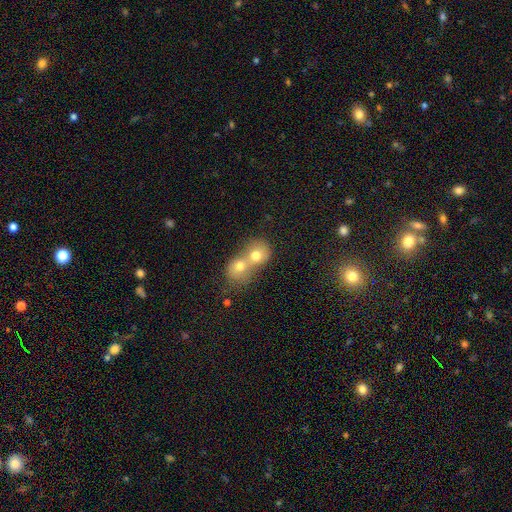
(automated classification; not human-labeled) Smooth or featured: smooth — 69% (featured or disk — 21%)
How rounded: round — 68% (in between — 31%)
Merging: merger — 76% (none — 17%)